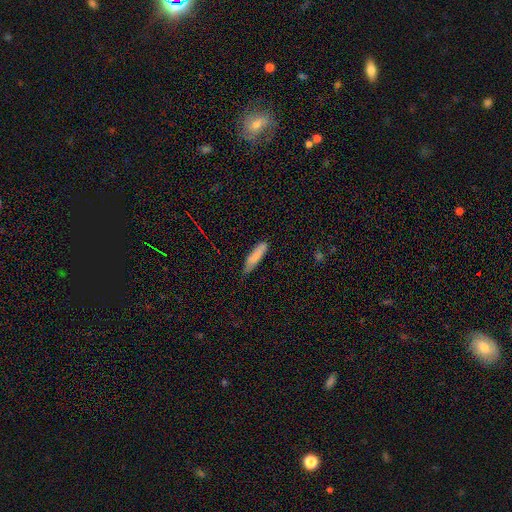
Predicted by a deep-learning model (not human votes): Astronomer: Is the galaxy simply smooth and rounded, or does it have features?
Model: smooth — 81%.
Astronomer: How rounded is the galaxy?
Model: cigar-shaped — 72%.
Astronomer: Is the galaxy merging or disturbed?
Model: none — 70%.